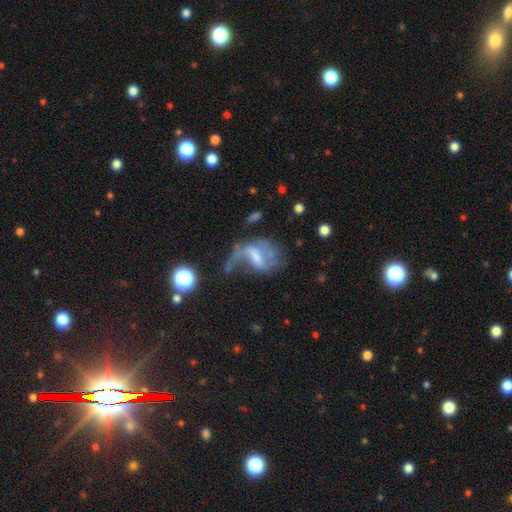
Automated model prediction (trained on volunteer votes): Morphology: type=featured or disk (67%); edge-on=no (95%); bar=weak (46%); spiral arms=yes (69%); bulge=small (33%); merging=major disturbance (48%).